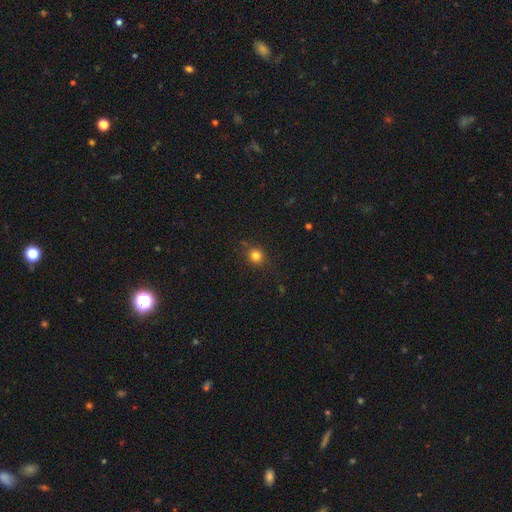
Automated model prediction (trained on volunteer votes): Q: Smooth or featured?
A: smooth (80%); runner-up: star or artifact (14%)
Q: How rounded?
A: round (88%); runner-up: in between (11%)
Q: Merging?
A: none (83%); runner-up: minor disturbance (11%)